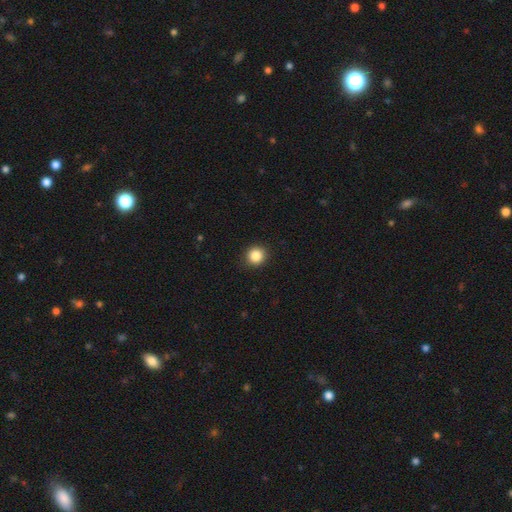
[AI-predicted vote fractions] Smooth or featured? smooth (86%)
How rounded? round (91%)
Merging? none (91%)